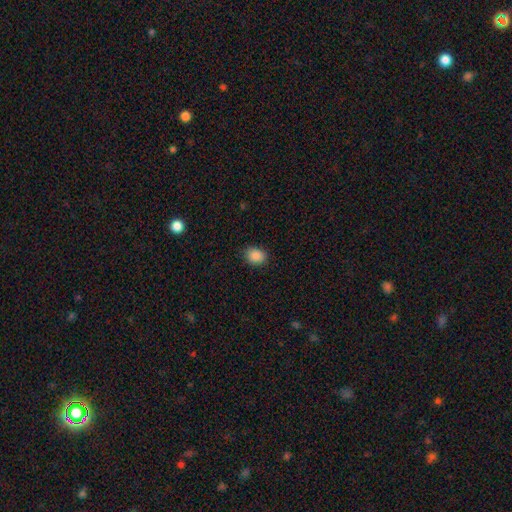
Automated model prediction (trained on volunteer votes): Smooth or featured?
  - smooth: 88% *
  - star or artifact: 9%
  - featured or disk: 3%
How rounded?
  - in between: 52% *
  - round: 47%
  - cigar-shaped: 1%
Merging?
  - none: 86% *
  - minor disturbance: 11%
  - major disturbance: 3%
  - merger: 1%